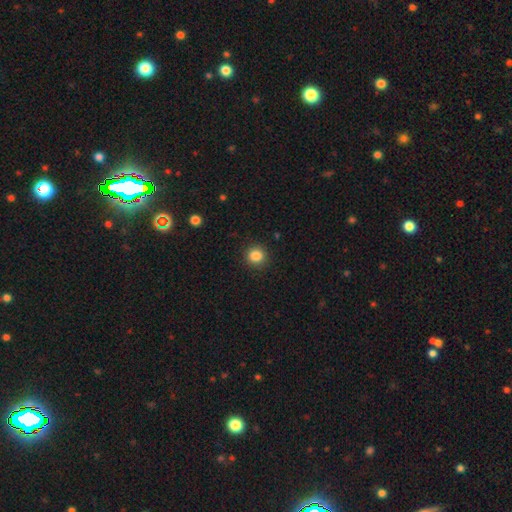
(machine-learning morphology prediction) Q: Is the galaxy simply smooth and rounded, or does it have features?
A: smooth — 86%.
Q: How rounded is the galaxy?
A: round — 89%.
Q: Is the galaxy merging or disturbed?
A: none — 91%.